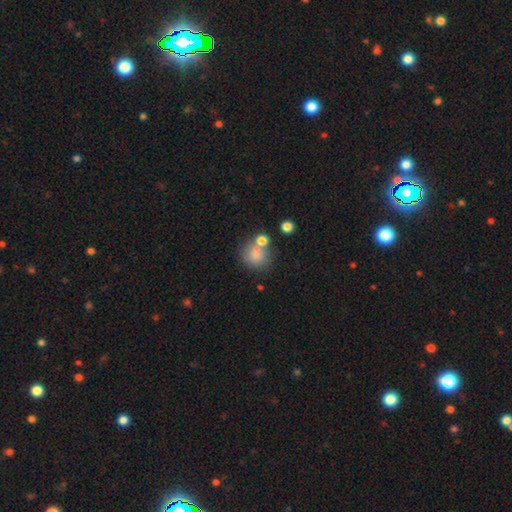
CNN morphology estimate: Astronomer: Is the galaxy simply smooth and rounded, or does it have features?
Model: smooth — 76%.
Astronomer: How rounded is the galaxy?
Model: round — 81%.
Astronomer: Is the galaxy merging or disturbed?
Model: none — 59%.